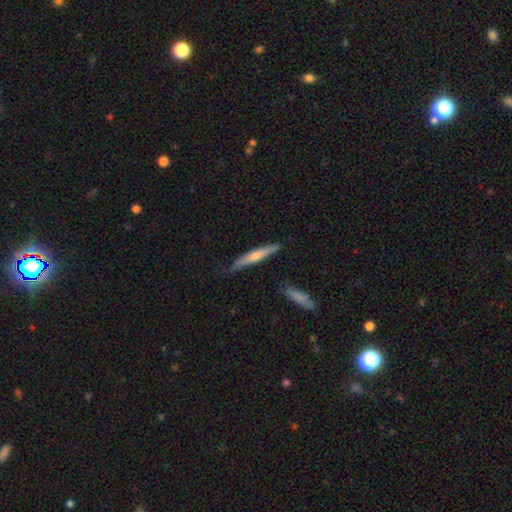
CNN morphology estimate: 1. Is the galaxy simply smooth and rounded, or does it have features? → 50% featured or disk, 44% smooth, 6% star or artifact.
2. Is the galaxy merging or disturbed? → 75% none, 19% minor disturbance, 3% major disturbance, 3% merger.